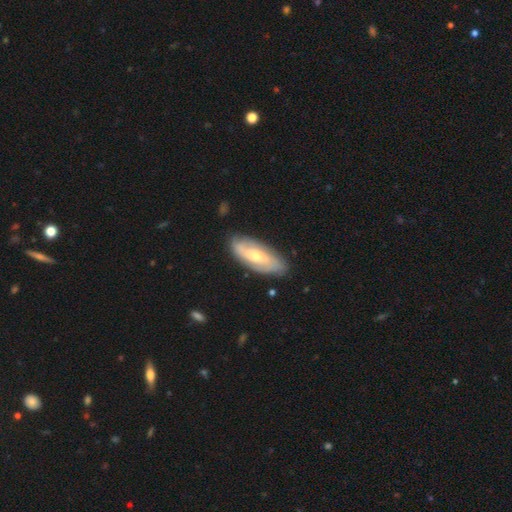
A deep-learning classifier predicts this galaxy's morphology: type=featured or disk (59%); edge-on=no (84%); merging=none (80%).